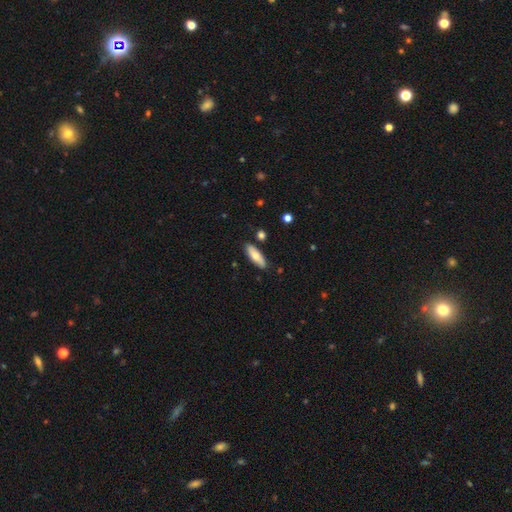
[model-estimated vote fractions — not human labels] smooth-or-featured: smooth: 70% | featured or disk: 23% | star or artifact: 6%
  how-rounded: in between: 57% | cigar-shaped: 41% | round: 2%
  merging: none: 85% | minor disturbance: 10% | merger: 3% | major disturbance: 2%